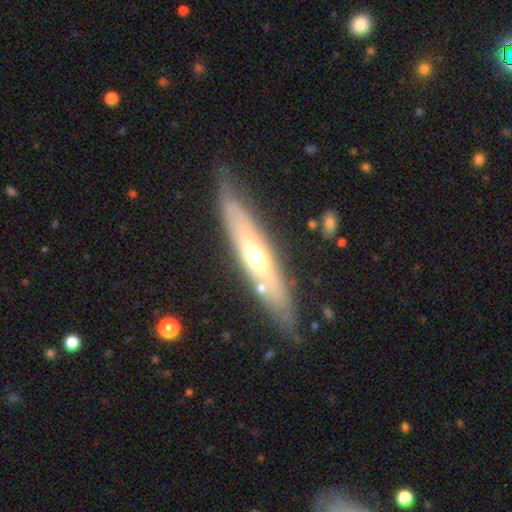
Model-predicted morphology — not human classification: A featured or disk galaxy (65%) viewed edge-on (68%).

Vote fractions:
- Smooth or featured? featured or disk: 65% / smooth: 29% / star or artifact: 6%
- Edge-on disk? yes: 68% / no: 32%
- Merging? none: 77% / minor disturbance: 16% / major disturbance: 4% / merger: 3%